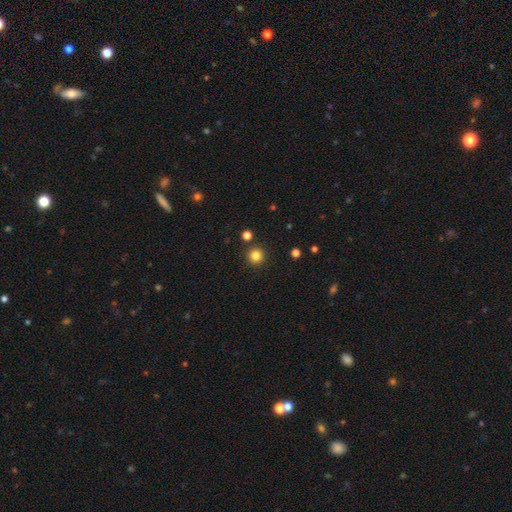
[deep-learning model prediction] Smooth or featured? Predicted: smooth (p=0.83). How rounded? Predicted: round (p=0.95). Merging? Predicted: none (p=0.90).